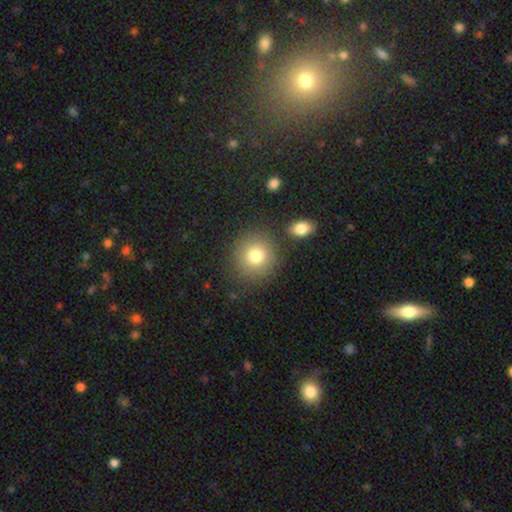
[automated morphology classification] smooth-or-featured: smooth: 79% | star or artifact: 11% | featured or disk: 10%
  how-rounded: round: 89% | in between: 10% | cigar-shaped: 1%
  merging: none: 82% | minor disturbance: 9% | merger: 6% | major disturbance: 4%